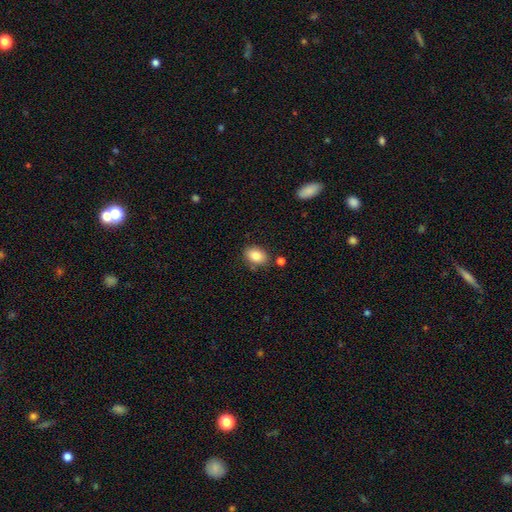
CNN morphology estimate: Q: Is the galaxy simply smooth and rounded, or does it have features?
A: smooth — 86%.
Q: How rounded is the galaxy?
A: in between — 81%.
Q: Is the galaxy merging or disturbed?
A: none — 79%.